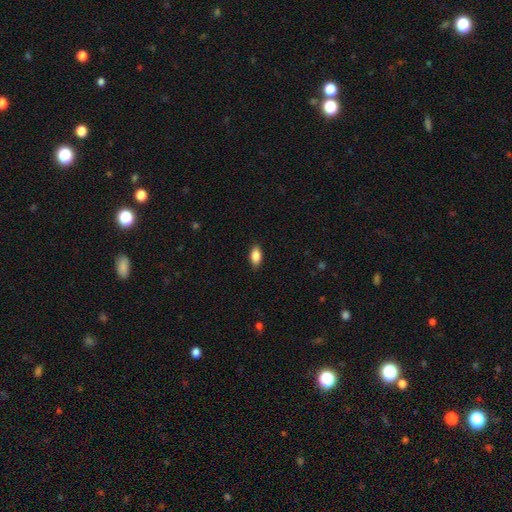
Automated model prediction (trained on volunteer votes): smooth_or_featured: smooth (p=0.87) [alt: star or artifact p=0.07]
how_rounded: in between (p=0.91) [alt: cigar-shaped p=0.05]
merging: none (p=0.88) [alt: minor disturbance p=0.09]